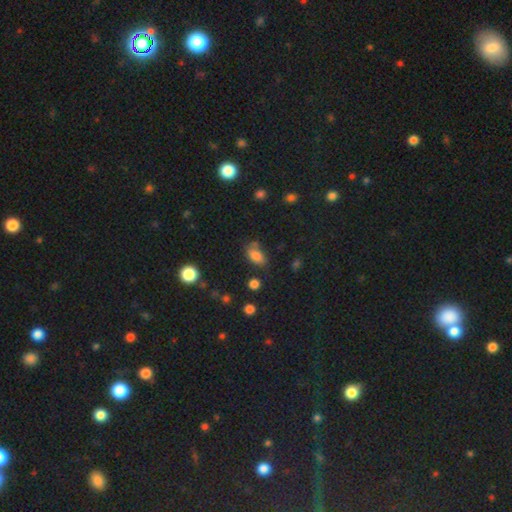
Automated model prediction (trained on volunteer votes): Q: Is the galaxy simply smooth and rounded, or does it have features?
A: smooth — 80%.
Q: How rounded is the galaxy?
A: in between — 89%.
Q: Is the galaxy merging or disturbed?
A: none — 64%.